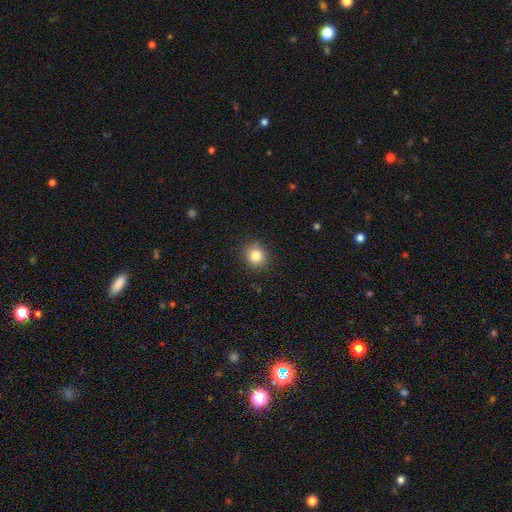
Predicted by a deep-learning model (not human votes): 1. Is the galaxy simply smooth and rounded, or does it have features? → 83% smooth, 11% star or artifact, 6% featured or disk.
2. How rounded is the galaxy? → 82% round, 17% in between, 1% cigar-shaped.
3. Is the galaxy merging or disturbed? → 88% none, 8% minor disturbance, 2% major disturbance, 1% merger.